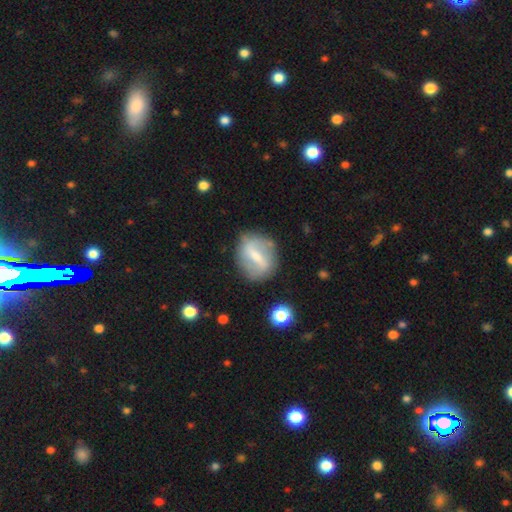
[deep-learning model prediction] This is possibly a featured or disk galaxy (60%). It is clearly not viewed edge-on (90%). Bar: likely strong (60%). Spiral arm pattern: possibly no (59%). Central bulge: possibly small (48%). Merging: likely none (77%).